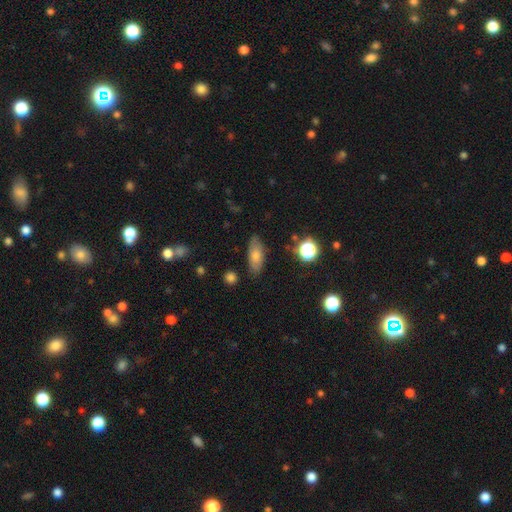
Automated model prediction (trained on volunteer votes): Smooth or featured: smooth — 72% (featured or disk — 19%)
How rounded: in between — 78% (cigar-shaped — 17%)
Merging: none — 81% (minor disturbance — 14%)